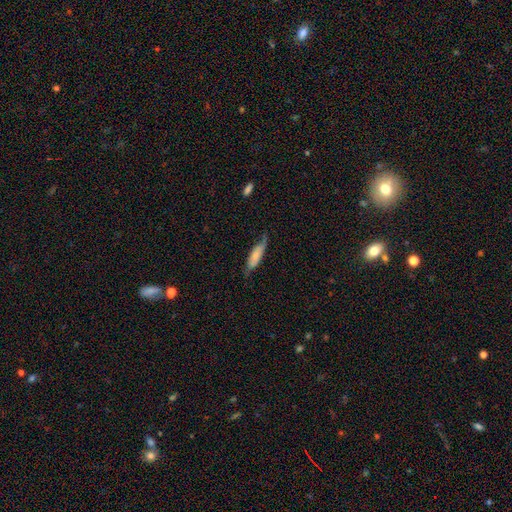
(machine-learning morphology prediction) Q: Smooth or featured?
A: smooth (69%); runner-up: featured or disk (25%)
Q: How rounded?
A: cigar-shaped (57%); runner-up: in between (41%)
Q: Merging?
A: none (58%); runner-up: minor disturbance (31%)